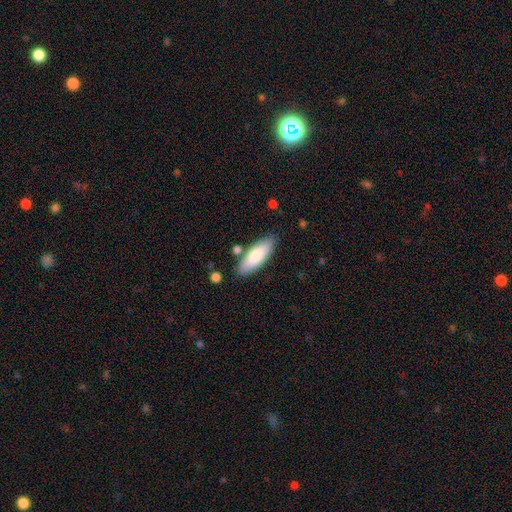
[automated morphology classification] Smooth or featured? Predicted: smooth (p=0.80). How rounded? Predicted: in between (p=0.62). Merging? Predicted: none (p=0.82).